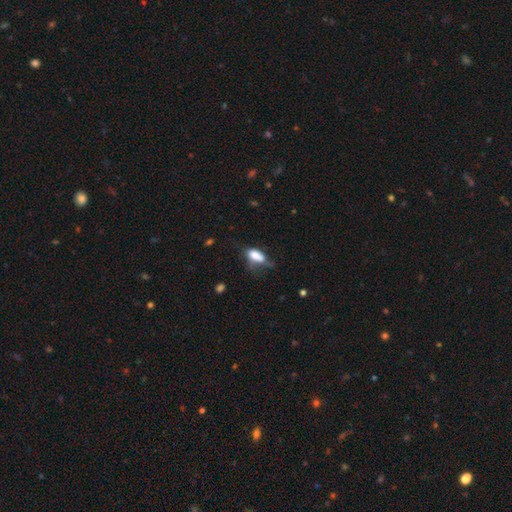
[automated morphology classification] smooth-or-featured: smooth: 74% | featured or disk: 17% | star or artifact: 9%
  how-rounded: in between: 87% | cigar-shaped: 9% | round: 4%
  merging: minor disturbance: 32% | none: 31% | major disturbance: 29% | merger: 8%